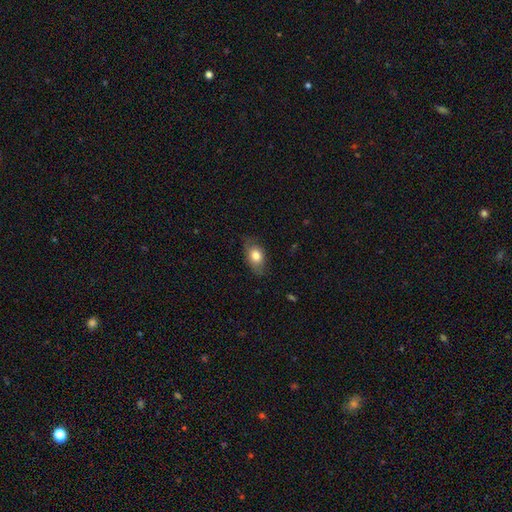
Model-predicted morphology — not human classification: Q: Smooth or featured?
A: smooth (76%); runner-up: featured or disk (16%)
Q: How rounded?
A: in between (82%); runner-up: round (16%)
Q: Merging?
A: none (69%); runner-up: minor disturbance (24%)